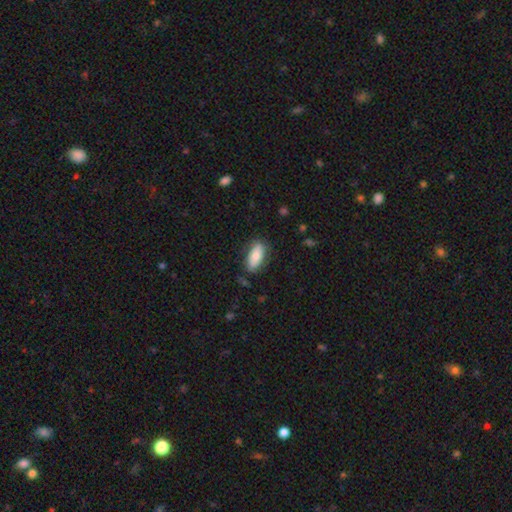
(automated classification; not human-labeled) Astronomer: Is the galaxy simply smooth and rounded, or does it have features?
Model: smooth — 79%.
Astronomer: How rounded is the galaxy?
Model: in between — 85%.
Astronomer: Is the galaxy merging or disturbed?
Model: none — 78%.